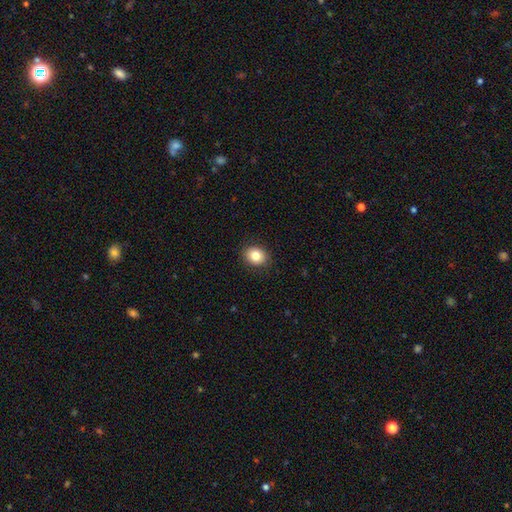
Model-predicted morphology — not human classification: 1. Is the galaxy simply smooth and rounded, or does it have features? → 83% smooth, 10% star or artifact, 8% featured or disk.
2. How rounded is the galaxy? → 59% round, 40% in between, 1% cigar-shaped.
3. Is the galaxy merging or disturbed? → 89% none, 8% minor disturbance, 2% major disturbance, 1% merger.